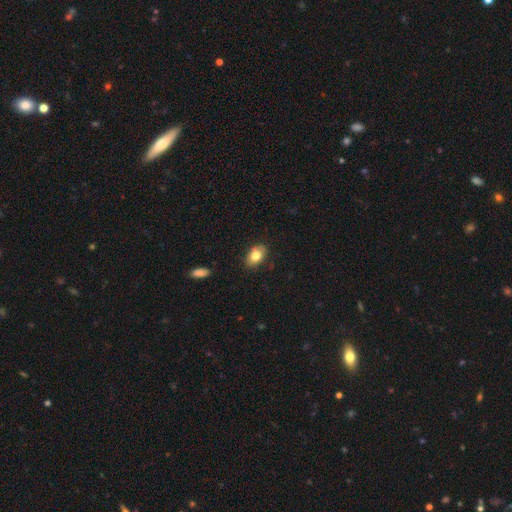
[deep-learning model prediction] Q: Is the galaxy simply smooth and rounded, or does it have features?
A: smooth — 79%.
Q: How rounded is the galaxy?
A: in between — 85%.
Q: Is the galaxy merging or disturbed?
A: none — 84%.